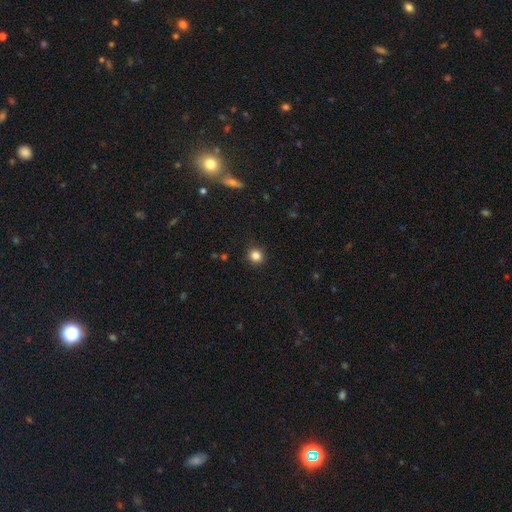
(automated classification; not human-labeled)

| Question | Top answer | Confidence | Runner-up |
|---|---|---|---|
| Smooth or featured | smooth | 83% | star or artifact (12%) |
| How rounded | round | 92% | in between (7%) |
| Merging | none | 90% | minor disturbance (7%) |